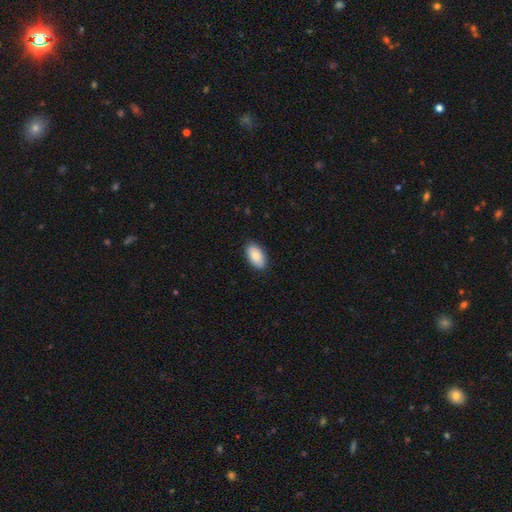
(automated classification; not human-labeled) This appears to be a smooth galaxy with no disk features (84%) that is in between round and cigar-shaped (94%). Merging: none (88%).